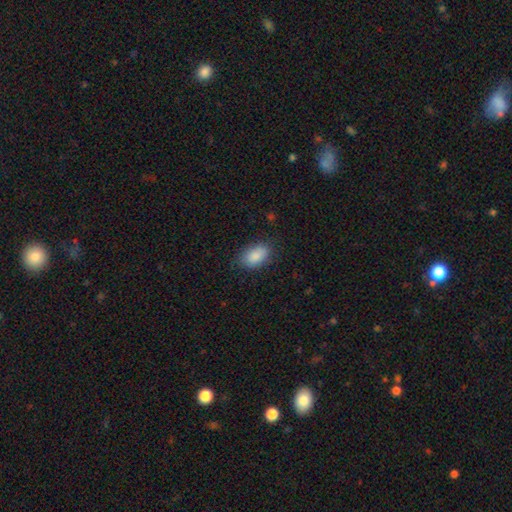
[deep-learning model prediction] Overall: smooth (88%). How rounded: in between (90%). Merging: none (81%).